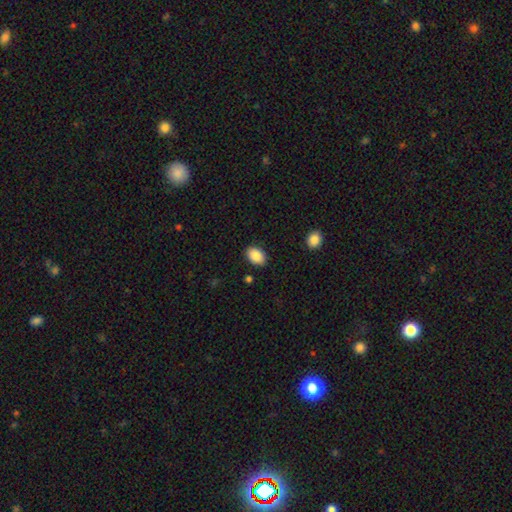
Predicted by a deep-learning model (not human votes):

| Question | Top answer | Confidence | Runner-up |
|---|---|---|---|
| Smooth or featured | smooth | 88% | star or artifact (7%) |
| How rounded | in between | 83% | round (15%) |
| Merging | none | 87% | minor disturbance (9%) |